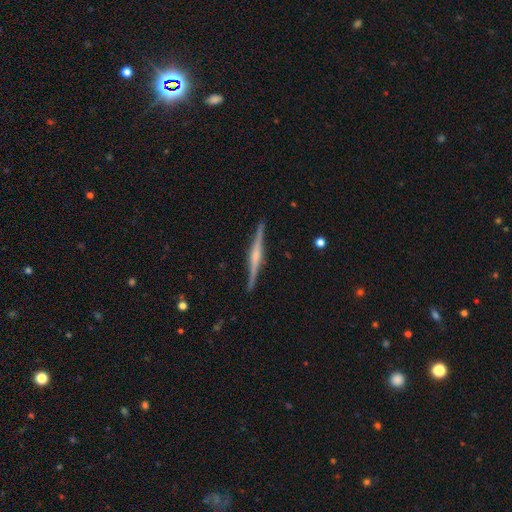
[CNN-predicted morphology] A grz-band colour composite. It shows a featured or disk galaxy (81%) viewed edge-on (98%) with a rounded central bulge (64%). Merging: none (92%).